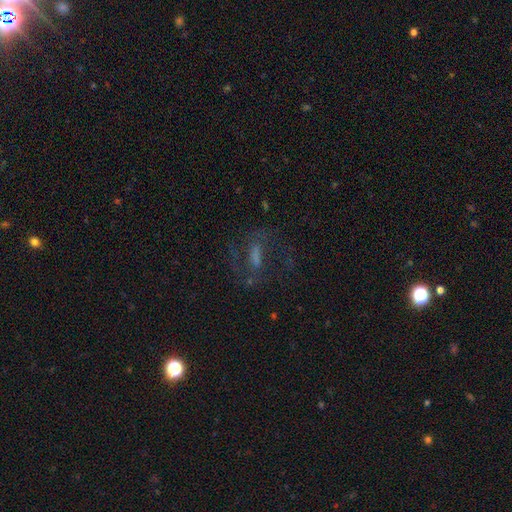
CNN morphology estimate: Smooth or featured: featured or disk — 56% (smooth — 25%)
Edge-on disk: no — 89% (yes — 11%)
Bar: strong — 41% (weak — 37%)
Spiral arms: yes — 67% (no — 33%)
Bulge size: none — 39% (moderate — 25%)
Merging: none — 63% (major disturbance — 20%)